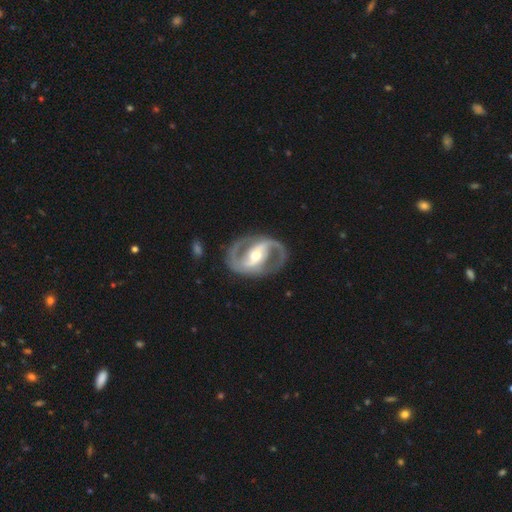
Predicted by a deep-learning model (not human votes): Smooth or featured? featured or disk (91%)
Edge-on disk? no (97%)
Bar? strong (54%)
Spiral arms? yes (94%)
Spiral winding? medium (57%)
Spiral arm count? 2 (93%)
Bulge size? moderate (67%)
Merging? none (84%)